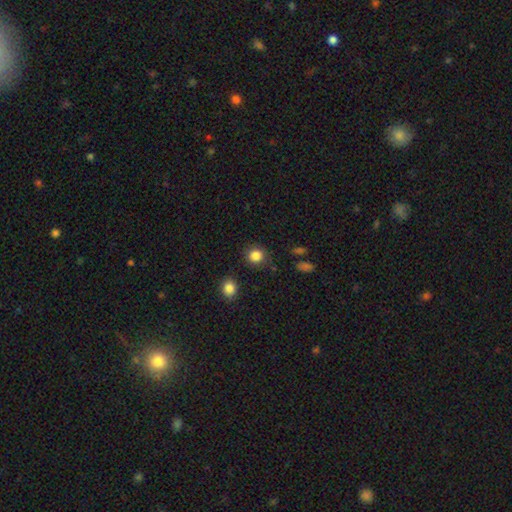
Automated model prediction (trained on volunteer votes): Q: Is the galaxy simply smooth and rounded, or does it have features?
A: smooth — 85%.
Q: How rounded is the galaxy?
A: round — 87%.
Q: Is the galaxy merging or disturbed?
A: none — 85%.